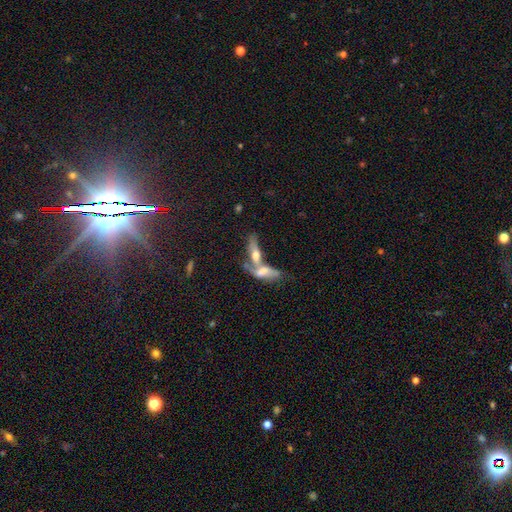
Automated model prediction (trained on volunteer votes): Overall: featured or disk (46%; smooth 44%). Merging: merger (64%).